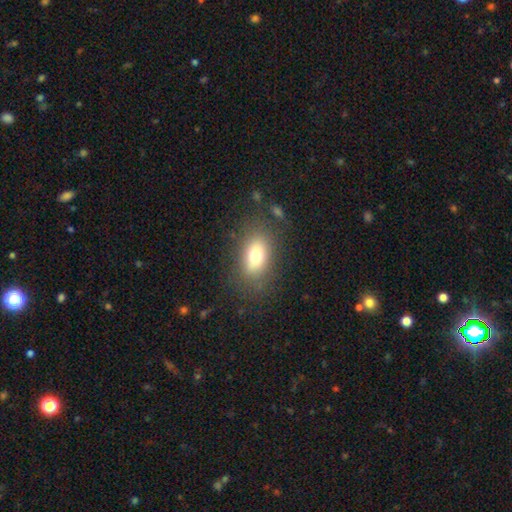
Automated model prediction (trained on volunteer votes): Overall: smooth (71%). How rounded: in between (78%). Merging: none (79%).